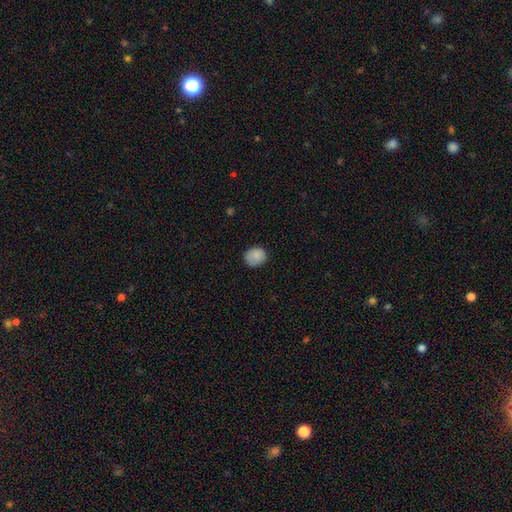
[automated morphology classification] Q: Smooth or featured?
A: smooth (86%); runner-up: star or artifact (8%)
Q: How rounded?
A: round (75%); runner-up: in between (24%)
Q: Merging?
A: none (81%); runner-up: minor disturbance (15%)